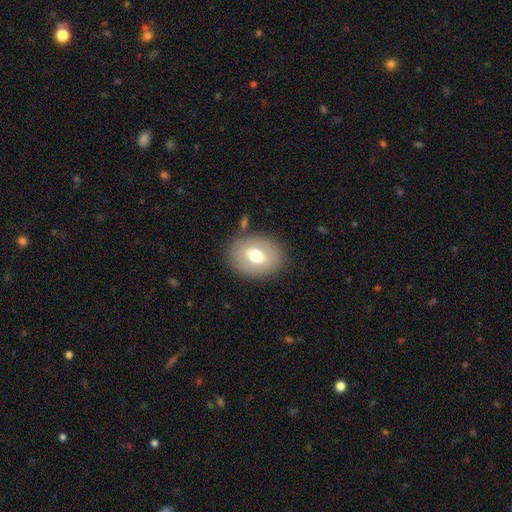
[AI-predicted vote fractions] smooth_or_featured: smooth (p=0.65) [alt: featured or disk p=0.27]
how_rounded: in between (p=0.68) [alt: round p=0.31]
merging: none (p=0.82) [alt: minor disturbance p=0.11]